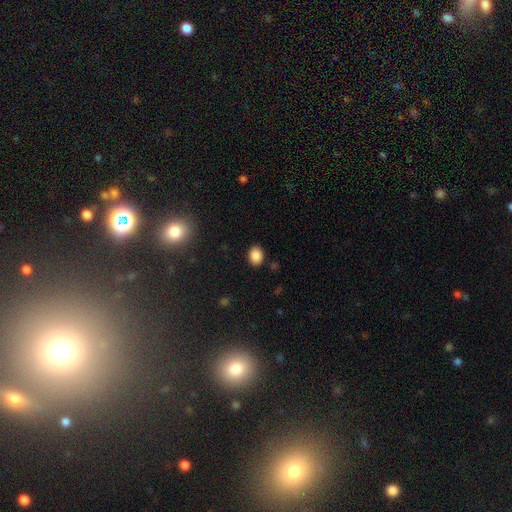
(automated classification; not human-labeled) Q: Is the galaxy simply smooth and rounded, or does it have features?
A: smooth — 86%.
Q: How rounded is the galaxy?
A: in between — 55%.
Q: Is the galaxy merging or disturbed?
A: none — 88%.